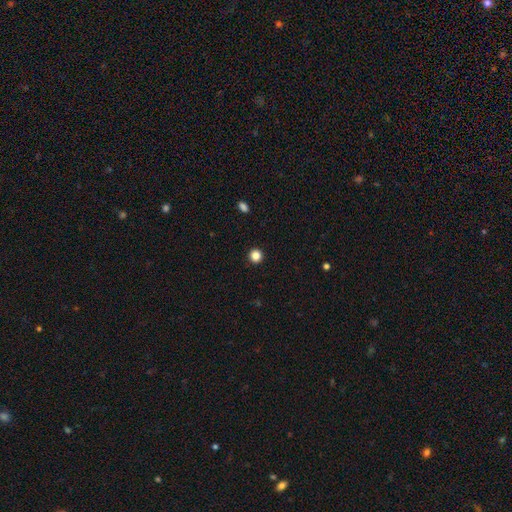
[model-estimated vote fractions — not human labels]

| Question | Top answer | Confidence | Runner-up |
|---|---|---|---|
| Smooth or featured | smooth | 85% | star or artifact (12%) |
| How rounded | round | 95% | in between (4%) |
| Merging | none | 94% | minor disturbance (4%) |